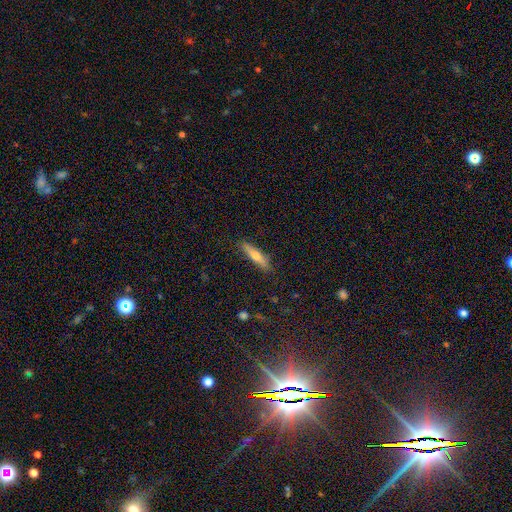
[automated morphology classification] A smooth galaxy with no disk features (60%) that is cigar-shaped (80%).

Vote fractions:
- Smooth or featured? smooth: 60% / featured or disk: 33% / star or artifact: 7%
- How rounded? cigar-shaped: 80% / in between: 18% / round: 2%
- Merging? none: 87% / minor disturbance: 9% / major disturbance: 2% / merger: 1%